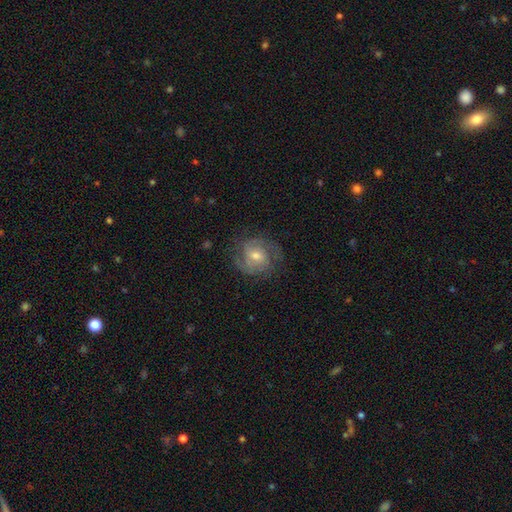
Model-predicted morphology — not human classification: Overall: featured or disk (77%). Edge-on disk: no (97%). Bar: weak (45%; no 44%). Spiral arms: yes (93%). Spiral arm count: 2 (51%; can't tell 22%). Spiral winding: tight (46%; medium 42%). Bulge size: moderate (57%; small 36%). Merging: none (74%).